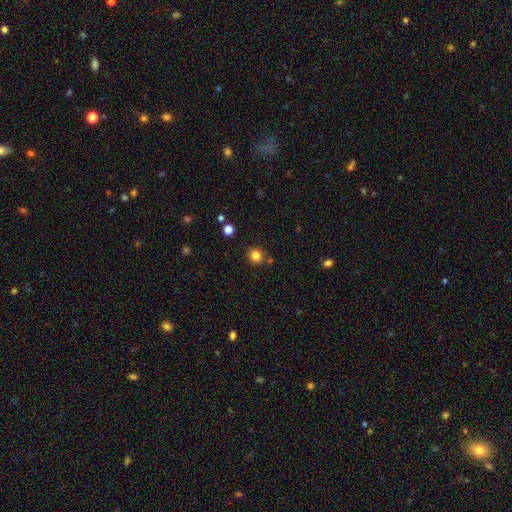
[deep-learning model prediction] Smooth or featured?
  - smooth: 82% *
  - star or artifact: 13%
  - featured or disk: 5%
How rounded?
  - round: 90% *
  - in between: 9%
  - cigar-shaped: 1%
Merging?
  - none: 85% *
  - minor disturbance: 8%
  - merger: 5%
  - major disturbance: 2%